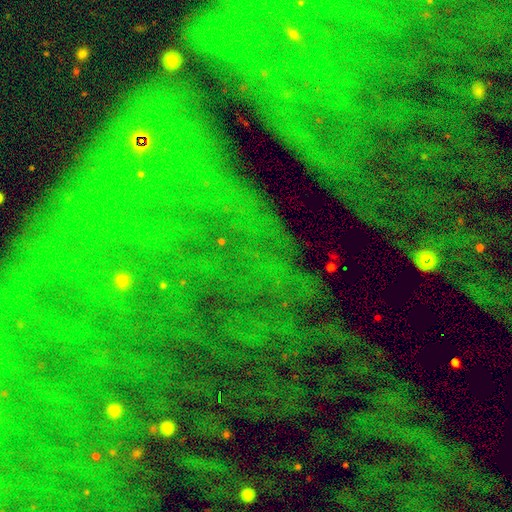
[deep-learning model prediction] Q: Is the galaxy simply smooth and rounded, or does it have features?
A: star or artifact — 84%.